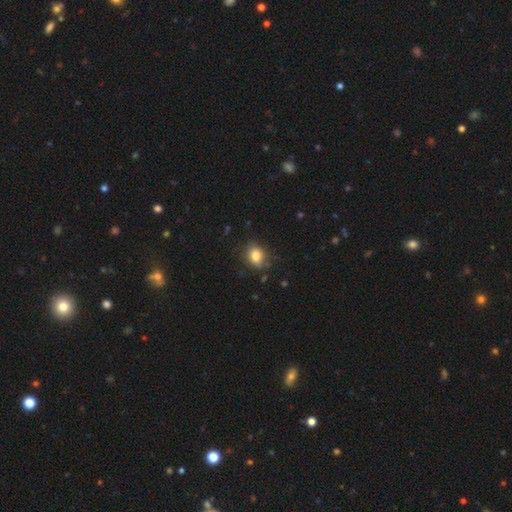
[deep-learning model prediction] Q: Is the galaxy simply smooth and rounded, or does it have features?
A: smooth — 82%.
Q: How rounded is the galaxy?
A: in between — 62%.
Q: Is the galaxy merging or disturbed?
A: none — 73%.